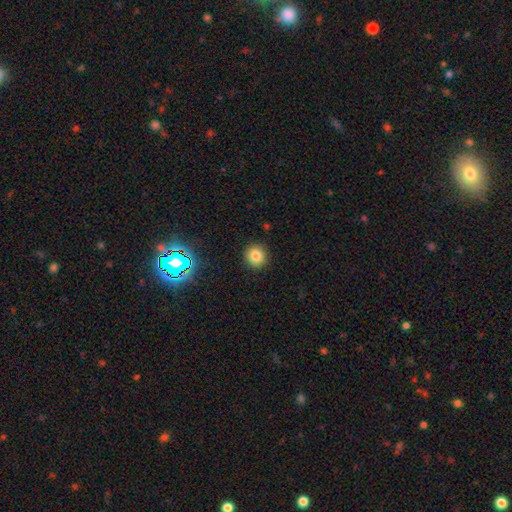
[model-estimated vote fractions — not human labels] Smooth or featured: smooth — 81% (star or artifact — 13%)
How rounded: round — 93% (in between — 7%)
Merging: none — 91% (minor disturbance — 6%)